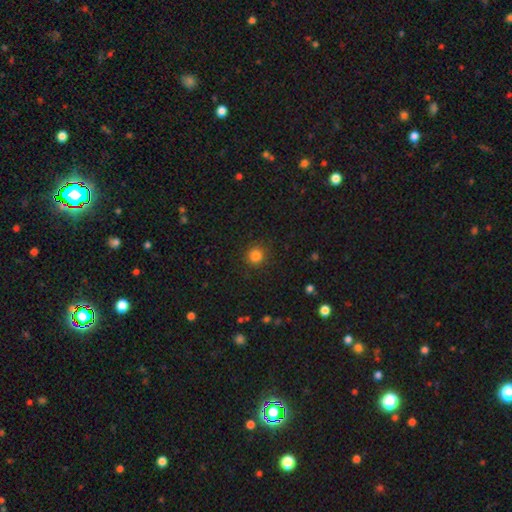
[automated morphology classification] Overall: smooth (83%). How rounded: round (92%). Merging: none (90%).